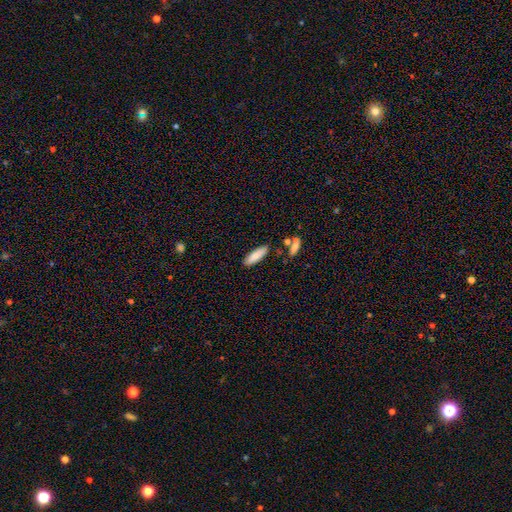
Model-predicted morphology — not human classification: Smooth or featured? smooth (84%)
How rounded? cigar-shaped (53%)
Merging? none (84%)